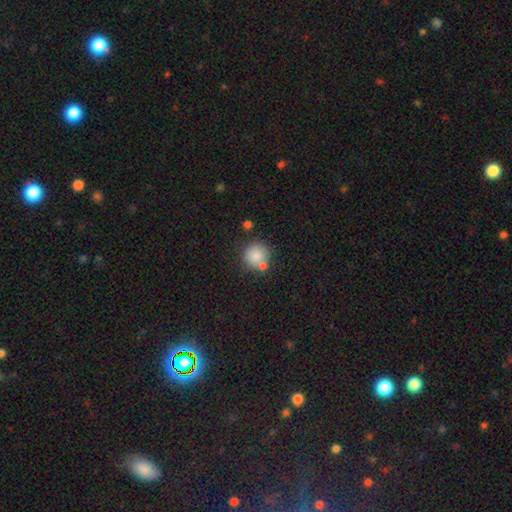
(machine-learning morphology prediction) A smooth galaxy with no disk features (82%) that is round (92%).

Vote fractions:
- Smooth or featured? smooth: 82% / star or artifact: 9% / featured or disk: 8%
- How rounded? round: 92% / in between: 7% / cigar-shaped: 1%
- Merging? none: 65% / merger: 19% / minor disturbance: 12% / major disturbance: 4%